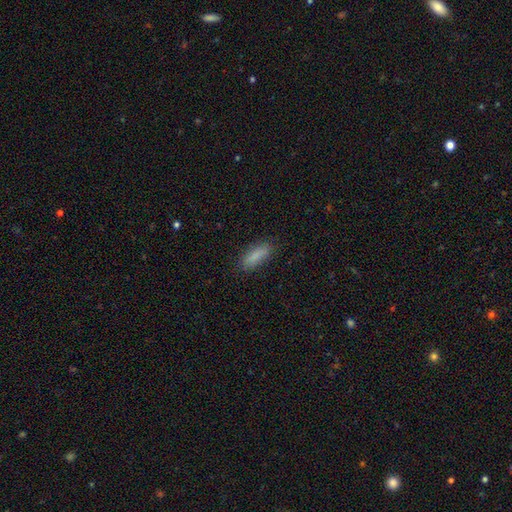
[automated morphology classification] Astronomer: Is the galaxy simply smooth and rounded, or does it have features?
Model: smooth — 85%.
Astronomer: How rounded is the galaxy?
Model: in between — 52% (runner-up: cigar-shaped, 46%).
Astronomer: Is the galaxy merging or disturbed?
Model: none — 84%.